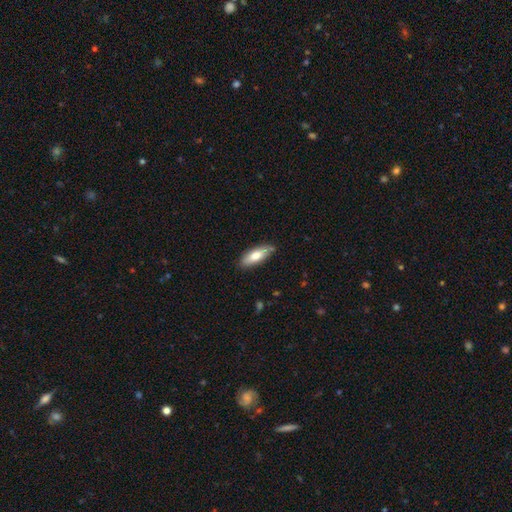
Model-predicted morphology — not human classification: A smooth galaxy with no disk features (74%) that is in between round and cigar-shaped (65%). Merging: none (81%).